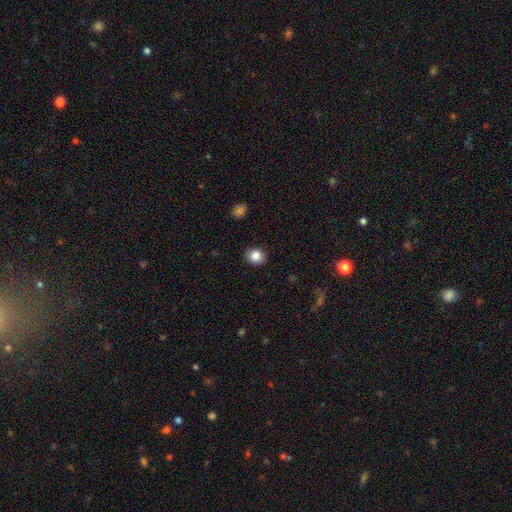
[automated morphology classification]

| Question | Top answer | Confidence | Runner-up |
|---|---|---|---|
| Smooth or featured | smooth | 85% | star or artifact (9%) |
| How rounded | round | 66% | in between (33%) |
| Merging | none | 89% | minor disturbance (8%) |